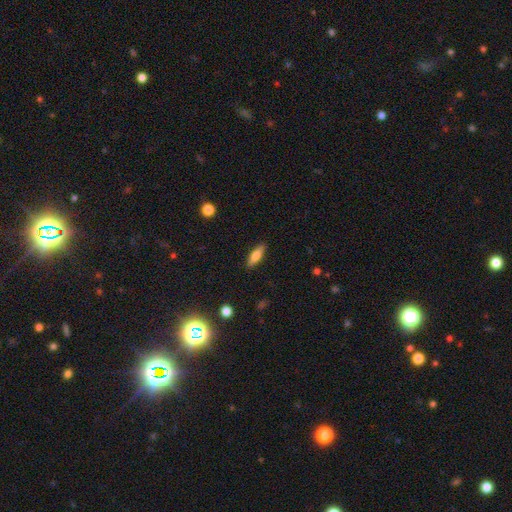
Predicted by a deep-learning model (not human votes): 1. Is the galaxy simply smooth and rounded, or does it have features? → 67% smooth, 26% featured or disk, 7% star or artifact.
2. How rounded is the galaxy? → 60% cigar-shaped, 37% in between, 2% round.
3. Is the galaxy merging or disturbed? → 89% none, 8% minor disturbance, 2% major disturbance, 1% merger.